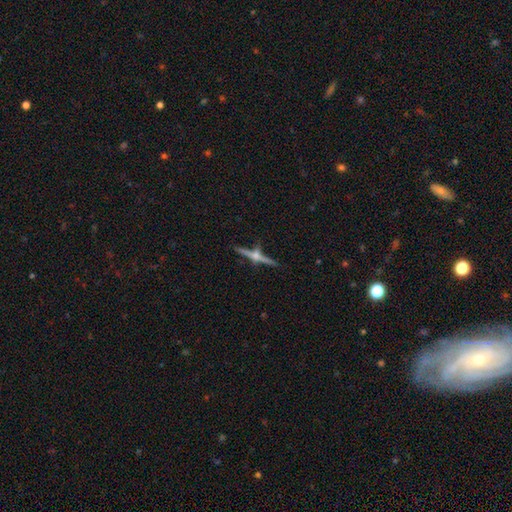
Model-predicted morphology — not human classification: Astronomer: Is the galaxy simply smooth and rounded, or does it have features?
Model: featured or disk — 74%.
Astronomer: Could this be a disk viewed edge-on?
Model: yes — 97%.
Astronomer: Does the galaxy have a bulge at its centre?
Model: rounded — 88%.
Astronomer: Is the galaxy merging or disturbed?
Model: none — 77%.